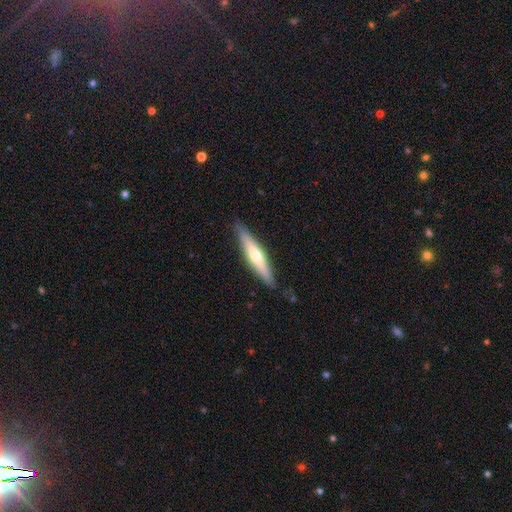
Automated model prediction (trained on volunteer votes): Overall: featured or disk (53%; smooth 42%). Edge-on disk: yes (93%). Merging: none (87%).